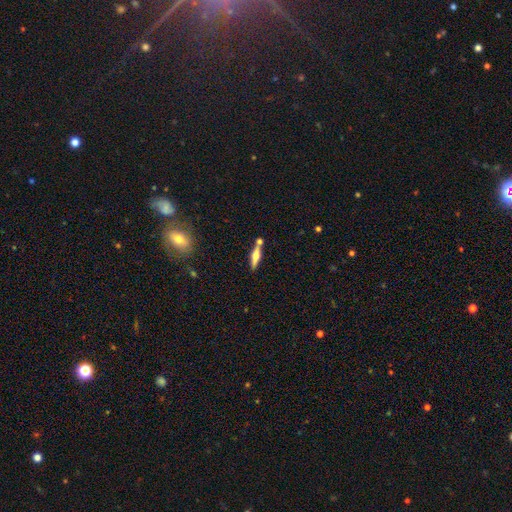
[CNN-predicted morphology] Smooth or featured?
  - featured or disk: 50% *
  - smooth: 43%
  - star or artifact: 7%
Edge-on disk?
  - yes: 93% *
  - no: 7%
Merging?
  - none: 72% *
  - merger: 15%
  - minor disturbance: 10%
  - major disturbance: 3%